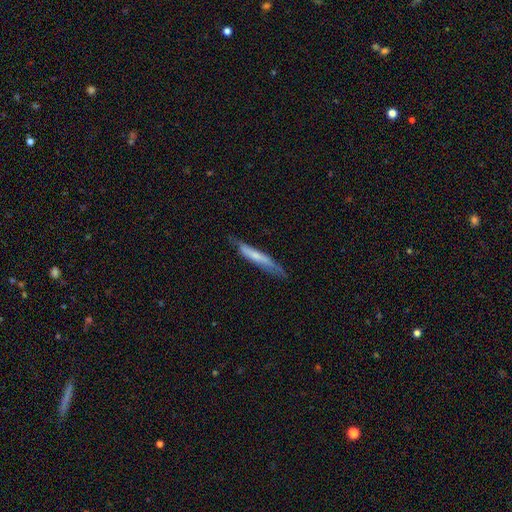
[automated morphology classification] This is possibly a smooth galaxy (54%). How rounded: clearly cigar-shaped (93%). Merging: likely none (70%).